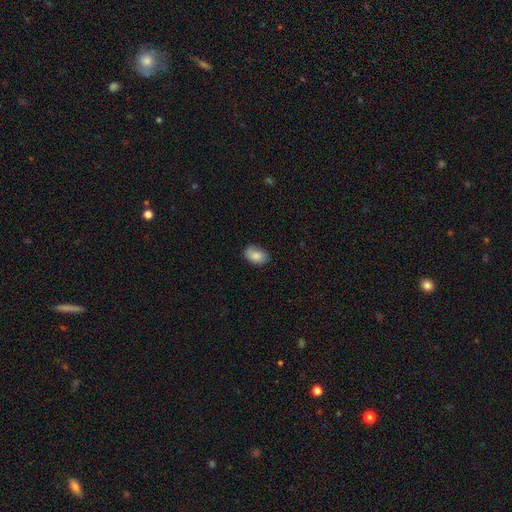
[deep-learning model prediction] smooth-or-featured: smooth: 85% | featured or disk: 8% | star or artifact: 7%
  how-rounded: in between: 85% | round: 14% | cigar-shaped: 1%
  merging: none: 74% | minor disturbance: 21% | major disturbance: 4% | merger: 1%